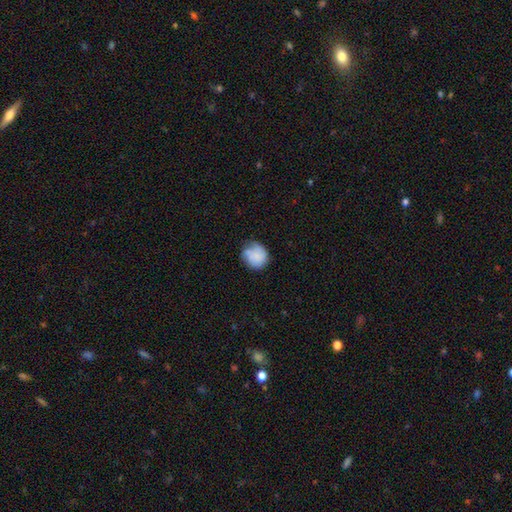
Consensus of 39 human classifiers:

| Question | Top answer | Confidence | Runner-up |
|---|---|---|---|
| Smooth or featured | smooth | 72% | featured or disk (23%) |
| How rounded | round | 75% | in between (21%) |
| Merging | none | 41% | minor disturbance (38%) |